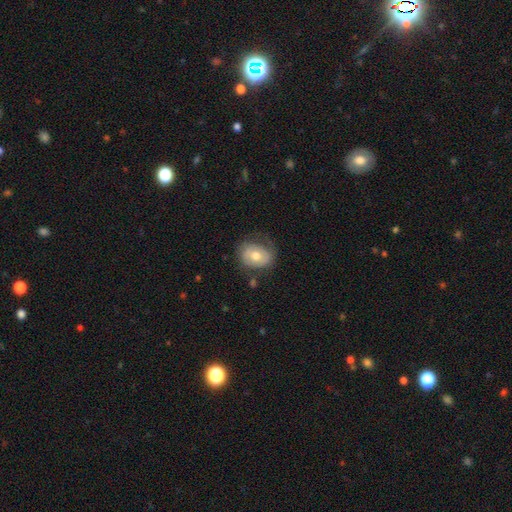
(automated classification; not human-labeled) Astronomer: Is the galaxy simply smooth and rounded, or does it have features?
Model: smooth — 62%.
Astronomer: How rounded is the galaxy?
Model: in between — 53% (runner-up: round, 46%).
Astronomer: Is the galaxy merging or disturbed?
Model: none — 62%.